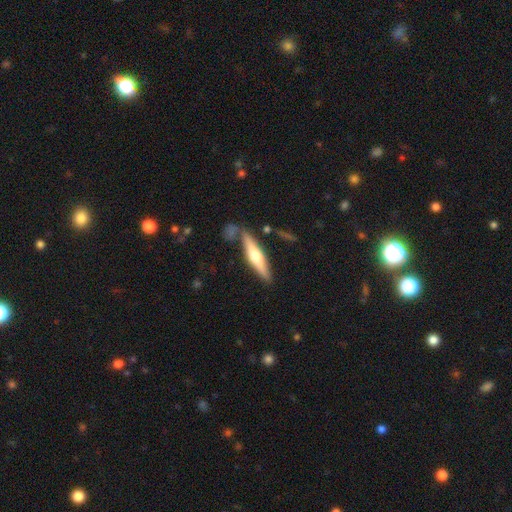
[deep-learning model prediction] Smooth or featured? featured or disk (54%)
Edge-on disk? yes (94%)
Edge-on bulge? rounded (89%)
Merging? none (77%)